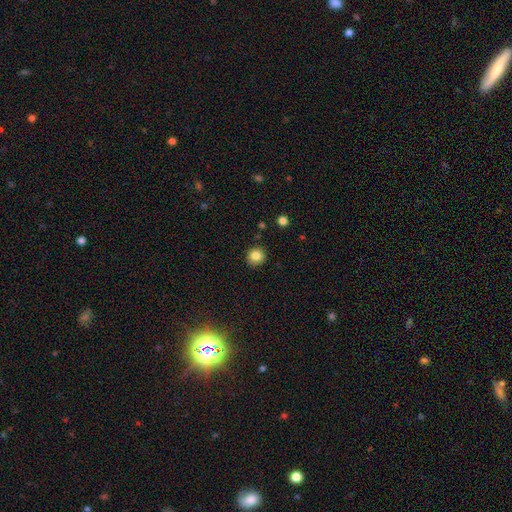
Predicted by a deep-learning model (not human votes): smooth_or_featured: smooth (p=0.83) [alt: star or artifact p=0.11]
how_rounded: round (p=0.90) [alt: in between p=0.09]
merging: none (p=0.89) [alt: minor disturbance p=0.07]